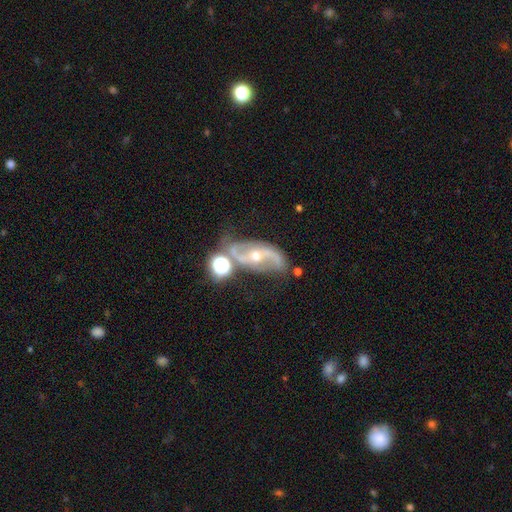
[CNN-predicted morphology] type=featured or disk (85%); edge-on=no (95%); bar=no (46%); spiral arms=yes (94%); winding=loose (49%); arm count=2 (90%); bulge=moderate (52%); merging=none (58%).